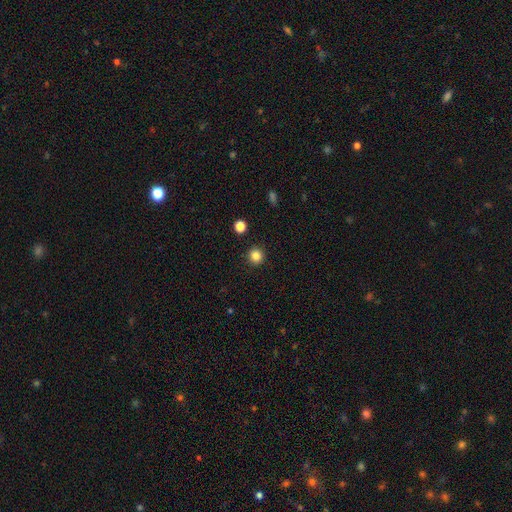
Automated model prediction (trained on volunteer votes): This is clearly a smooth galaxy (84%). How rounded: clearly round (94%). Merging: clearly none (92%).